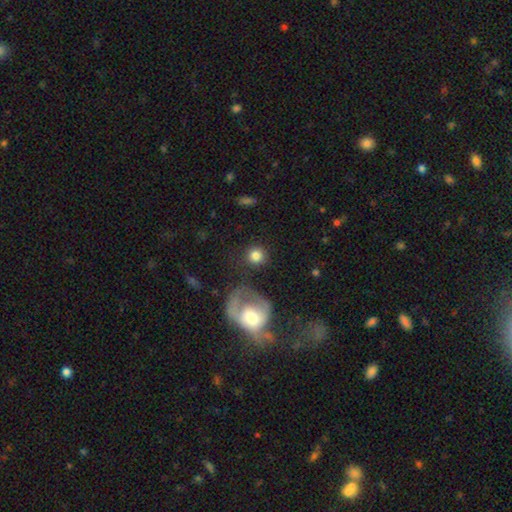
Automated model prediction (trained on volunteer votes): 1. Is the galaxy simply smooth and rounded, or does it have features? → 81% smooth, 11% featured or disk, 9% star or artifact.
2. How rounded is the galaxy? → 91% round, 8% in between, 1% cigar-shaped.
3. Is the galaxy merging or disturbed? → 77% none, 9% minor disturbance, 8% major disturbance, 6% merger.